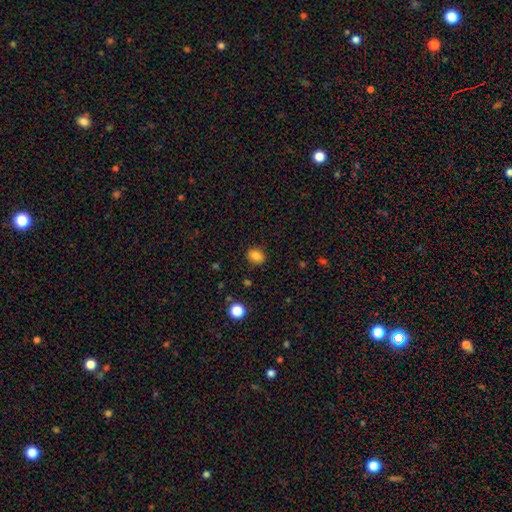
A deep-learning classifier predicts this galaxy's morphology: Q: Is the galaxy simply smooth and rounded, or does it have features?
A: smooth — 84%.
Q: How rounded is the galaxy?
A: in between — 55%.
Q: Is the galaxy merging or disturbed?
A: none — 86%.